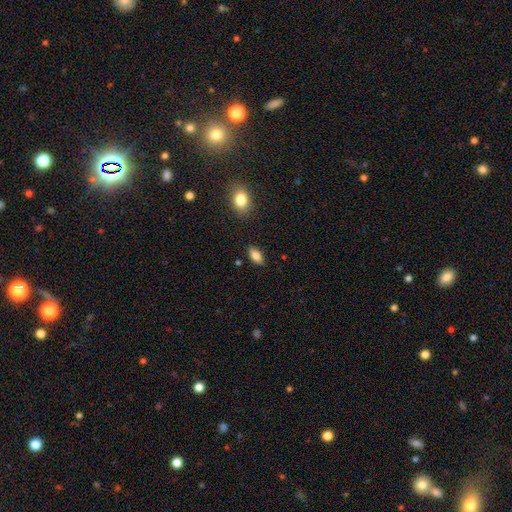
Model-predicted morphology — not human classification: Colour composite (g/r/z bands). It shows a smooth galaxy with no disk features (83%) that is in between round and cigar-shaped (90%). Merging: none (86%).